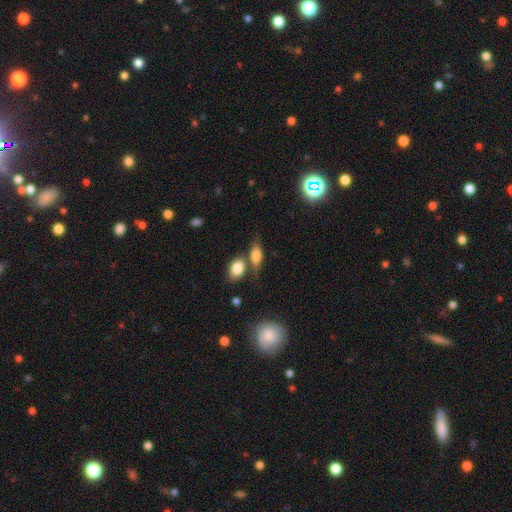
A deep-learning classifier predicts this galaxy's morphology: Smooth or featured? smooth (67%)
How rounded? in between (72%)
Merging? none (51%)